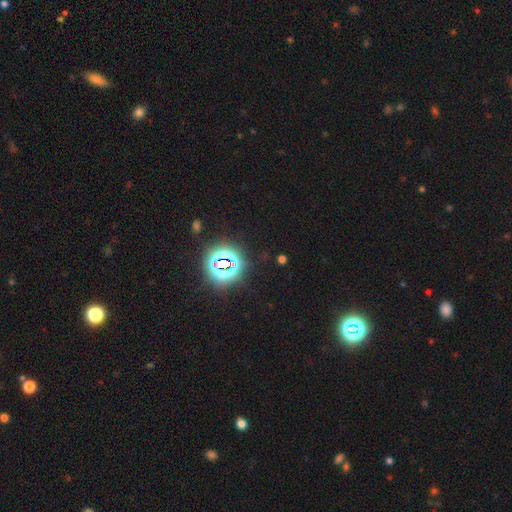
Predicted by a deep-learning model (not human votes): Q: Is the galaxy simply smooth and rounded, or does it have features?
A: star or artifact — 83%.